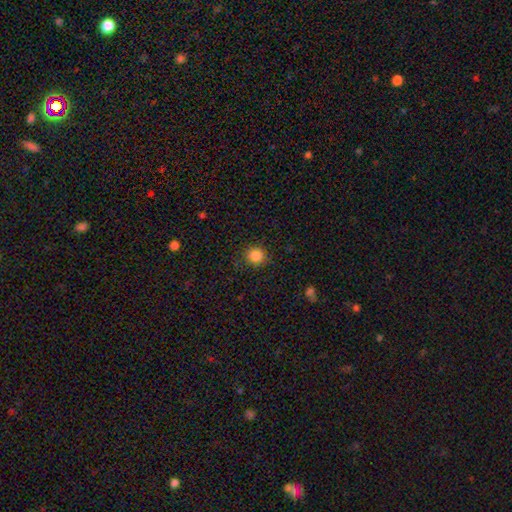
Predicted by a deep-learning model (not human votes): Smooth or featured: smooth — 85% (star or artifact — 11%)
How rounded: round — 89% (in between — 10%)
Merging: none — 88% (minor disturbance — 8%)